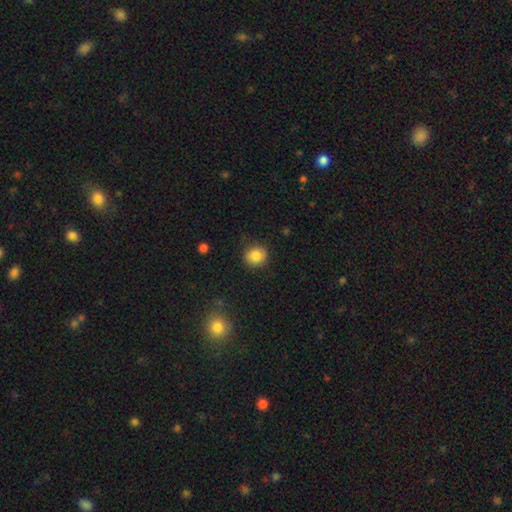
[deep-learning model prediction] Morphology: type=smooth (85%); roundness=round (83%); merging=none (84%).